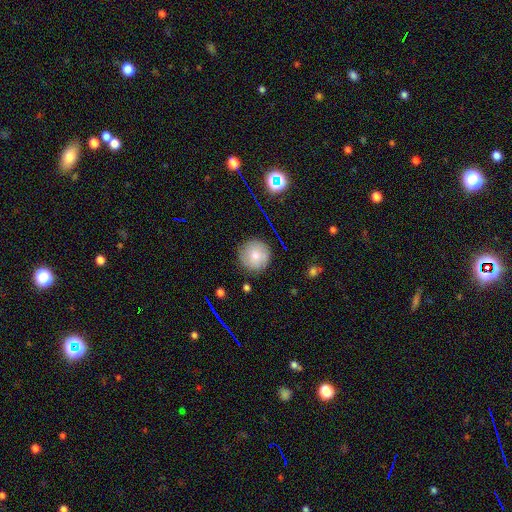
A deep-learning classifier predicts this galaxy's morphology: Smooth or featured?
  - smooth: 71% *
  - featured or disk: 19%
  - star or artifact: 10%
How rounded?
  - round: 95% *
  - in between: 4%
  - cigar-shaped: 1%
Merging?
  - none: 85% *
  - minor disturbance: 11%
  - major disturbance: 3%
  - merger: 1%